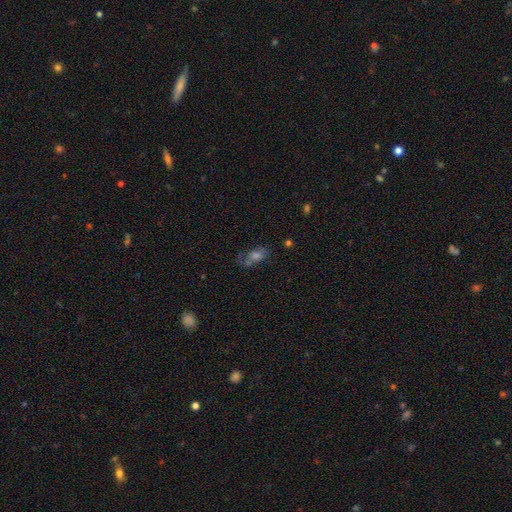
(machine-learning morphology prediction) Q: Smooth or featured?
A: featured or disk (41%); runner-up: smooth (37%)
Q: Merging?
A: none (53%); runner-up: minor disturbance (21%)